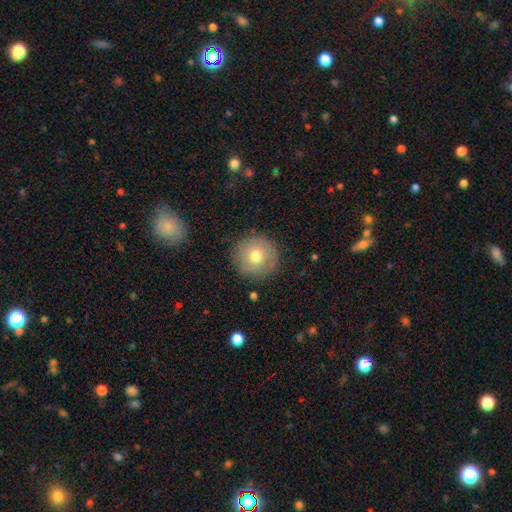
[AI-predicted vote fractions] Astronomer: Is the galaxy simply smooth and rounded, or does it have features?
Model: smooth — 70%.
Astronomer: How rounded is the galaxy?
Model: round — 96%.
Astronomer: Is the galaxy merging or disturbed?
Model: none — 86%.